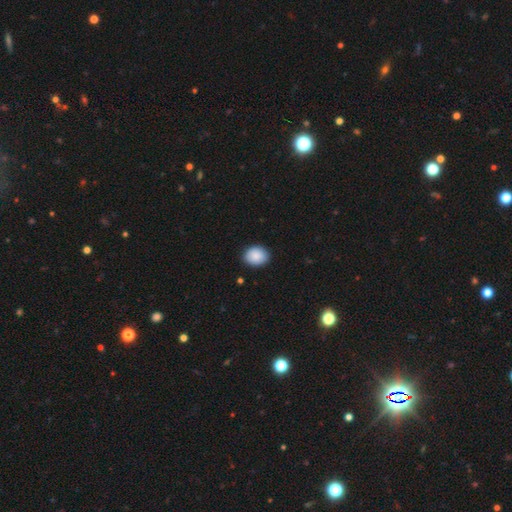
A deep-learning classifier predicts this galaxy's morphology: smooth 89%, star or artifact 7%, featured or disk 4%. Down the decision tree: how rounded — round (52%); merging — none (88%).